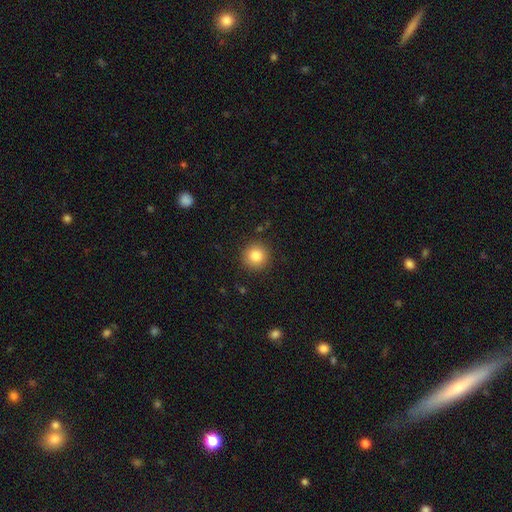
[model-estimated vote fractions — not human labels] Smooth or featured: smooth — 84% (star or artifact — 10%)
How rounded: round — 94% (in between — 5%)
Merging: none — 90% (minor disturbance — 7%)